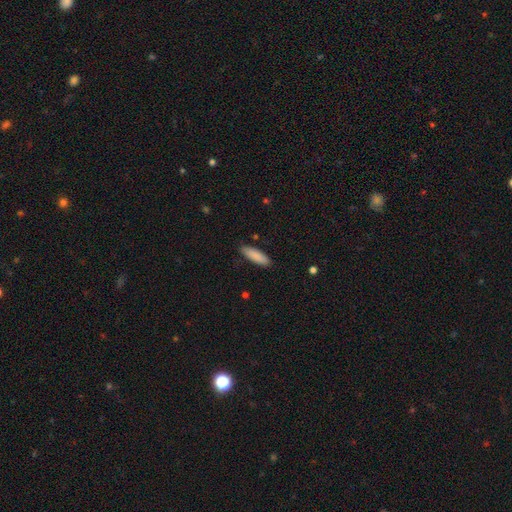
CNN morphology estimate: smooth 88%, featured or disk 6%, star or artifact 6%. Down the decision tree: how rounded — cigar-shaped (51%); merging — none (86%).